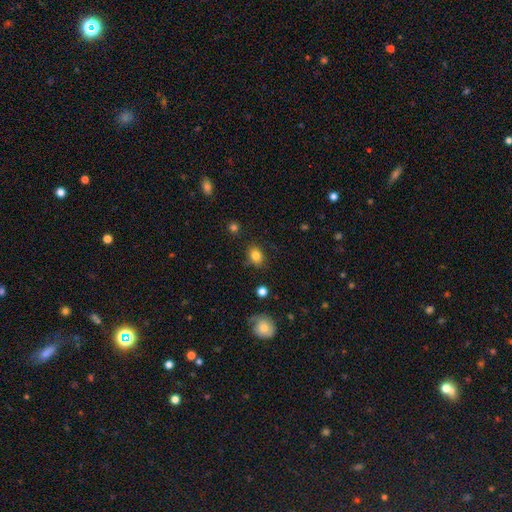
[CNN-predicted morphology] Smooth or featured: smooth — 82% (star or artifact — 11%)
How rounded: in between — 59% (round — 40%)
Merging: none — 79% (minor disturbance — 15%)